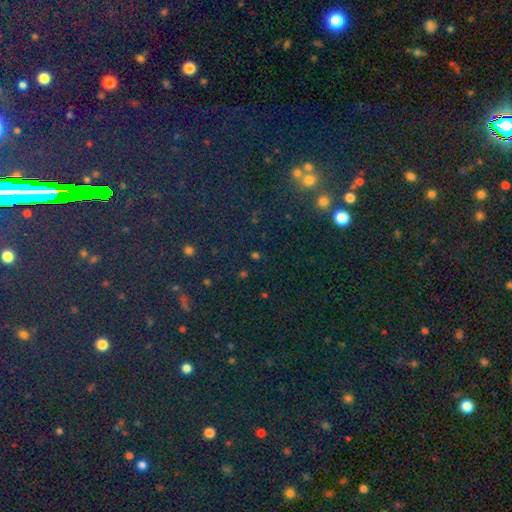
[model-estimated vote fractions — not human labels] Q: Smooth or featured?
A: star or artifact (78%); runner-up: smooth (15%)